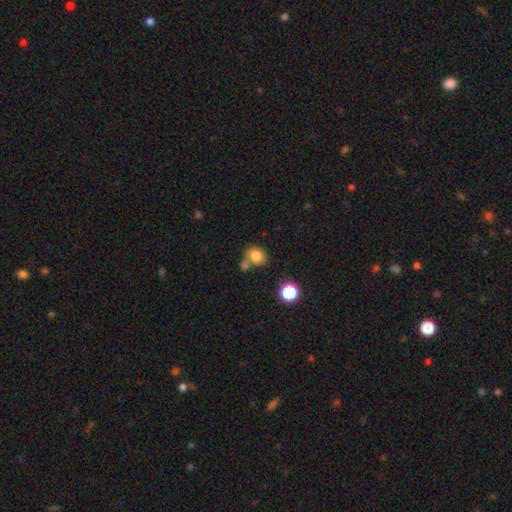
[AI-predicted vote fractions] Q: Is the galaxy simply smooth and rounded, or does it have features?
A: smooth — 81%.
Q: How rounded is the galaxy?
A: round — 61%.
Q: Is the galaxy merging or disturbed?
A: none — 56%.